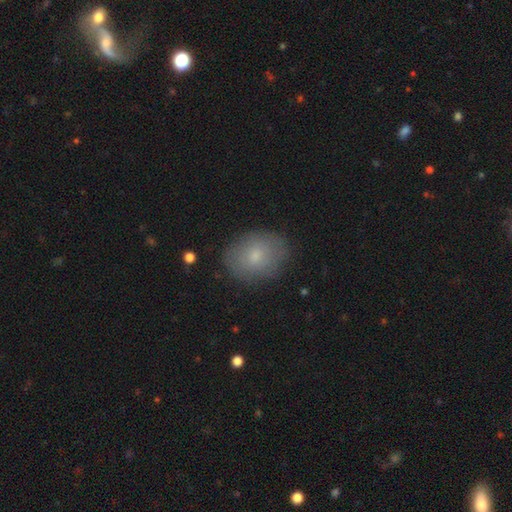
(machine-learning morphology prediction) Smooth or featured: smooth — 73% (featured or disk — 18%)
How rounded: in between — 62% (round — 37%)
Merging: none — 81% (minor disturbance — 14%)